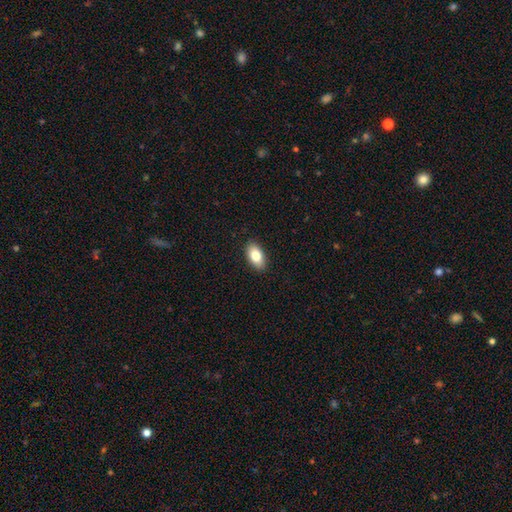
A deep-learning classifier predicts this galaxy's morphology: Smooth or featured? smooth (82%)
How rounded? in between (92%)
Merging? none (90%)